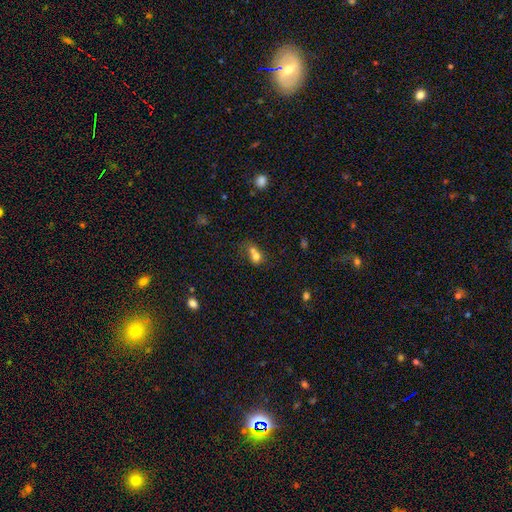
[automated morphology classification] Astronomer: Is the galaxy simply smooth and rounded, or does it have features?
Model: smooth — 71%.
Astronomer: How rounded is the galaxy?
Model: round — 55% (runner-up: in between, 44%).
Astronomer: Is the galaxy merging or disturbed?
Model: merger — 66%.